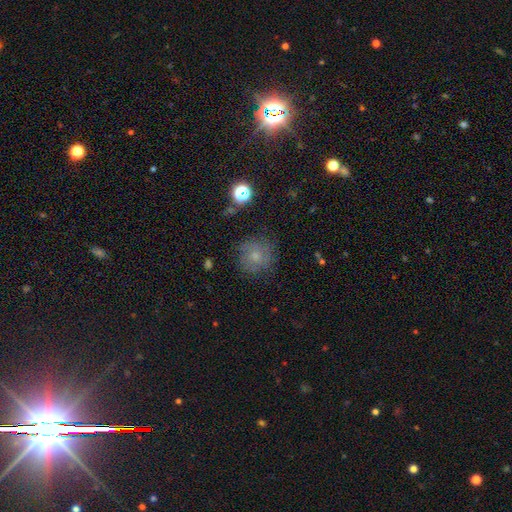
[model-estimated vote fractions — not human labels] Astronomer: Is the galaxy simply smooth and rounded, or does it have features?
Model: smooth — 63%.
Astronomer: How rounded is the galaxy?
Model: round — 92%.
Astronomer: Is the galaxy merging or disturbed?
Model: none — 76%.